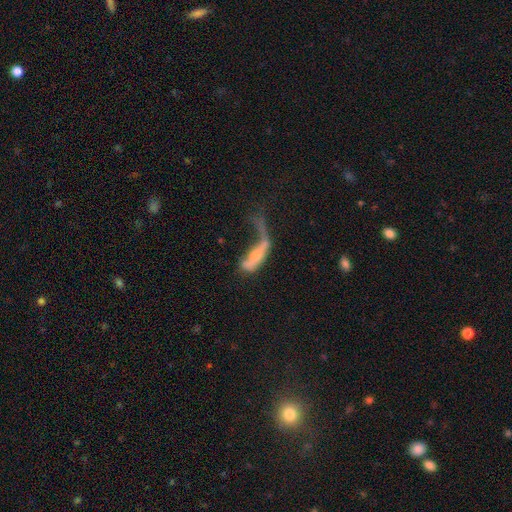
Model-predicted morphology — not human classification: A smooth galaxy with no disk features (47%).

Vote fractions:
- Smooth or featured? smooth: 47% / featured or disk: 43% / star or artifact: 10%
- Merging? major disturbance: 54% / merger: 19% / none: 14% / minor disturbance: 12%